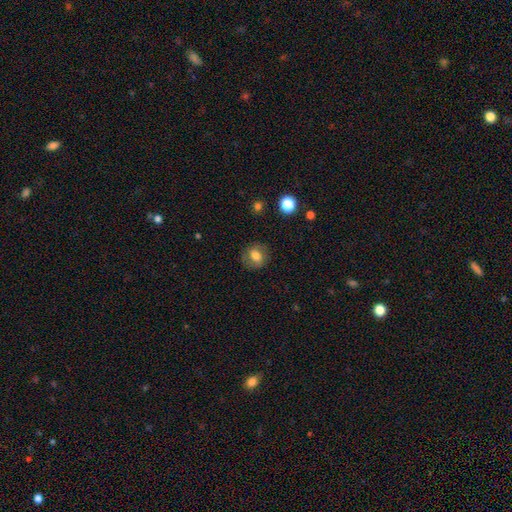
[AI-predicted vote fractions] A smooth galaxy with no disk features (68%) that is round (65%). Merging: none (81%).